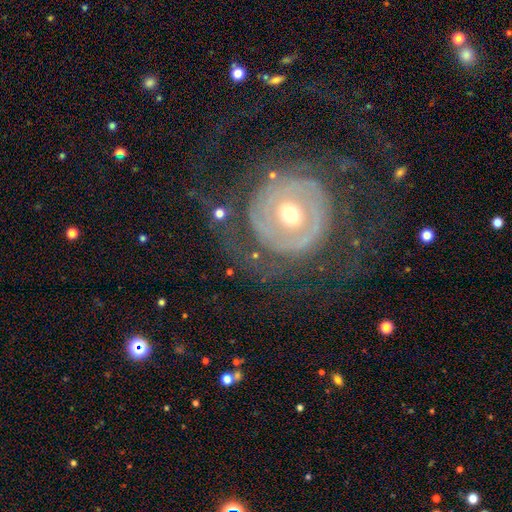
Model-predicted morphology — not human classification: Smooth or featured? featured or disk (79%)
Edge-on disk? no (97%)
Bar? no (75%)
Spiral arms? yes (78%)
Spiral winding? tight (72%)
Spiral arm count? can't tell (35%)
Bulge size? moderate (57%)
Merging? none (62%)